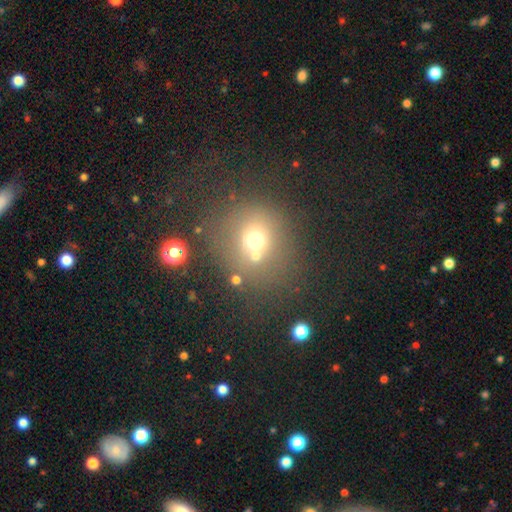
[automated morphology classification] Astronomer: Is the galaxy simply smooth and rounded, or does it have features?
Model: smooth — 61%.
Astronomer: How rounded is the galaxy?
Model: round — 86%.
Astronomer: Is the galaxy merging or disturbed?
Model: none — 67%.